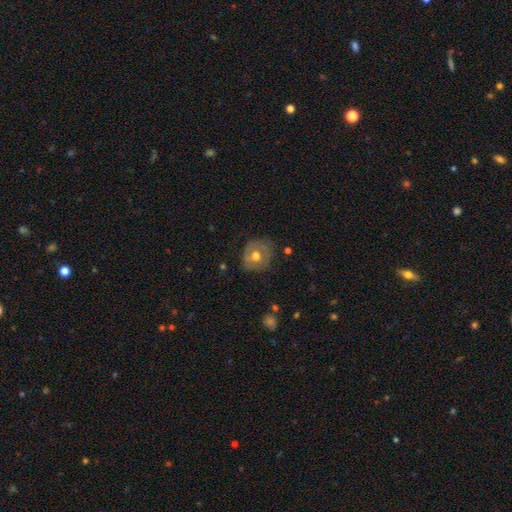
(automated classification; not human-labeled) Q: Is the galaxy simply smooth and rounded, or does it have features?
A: smooth — 51%.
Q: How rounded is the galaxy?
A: round — 73%.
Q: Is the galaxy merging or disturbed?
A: none — 67%.